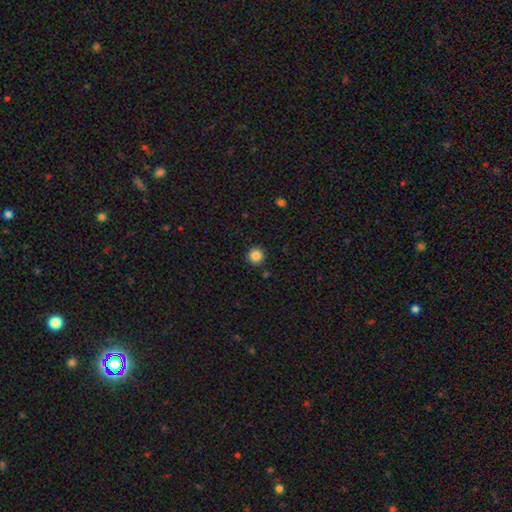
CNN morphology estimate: Smooth or featured?
  - smooth: 86% *
  - star or artifact: 11%
  - featured or disk: 4%
How rounded?
  - round: 96% *
  - in between: 3%
  - cigar-shaped: 1%
Merging?
  - none: 93% *
  - minor disturbance: 5%
  - major disturbance: 2%
  - merger: 1%